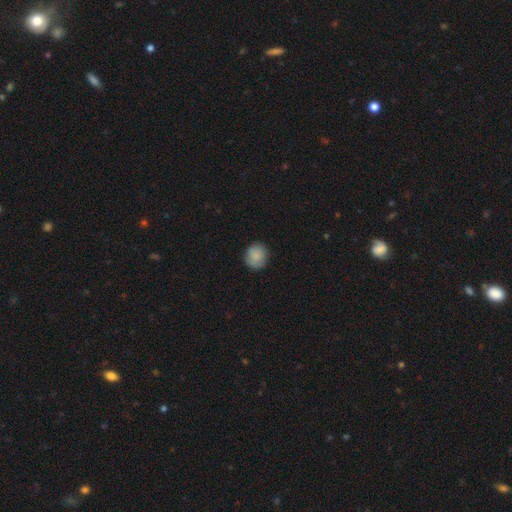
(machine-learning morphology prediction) This appears to be a smooth galaxy with no disk features (86%) that is round (85%). Merging: none (87%).